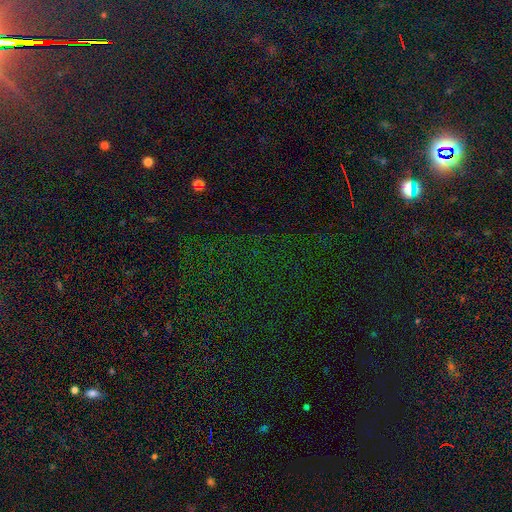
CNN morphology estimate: star or artifact 80%, smooth 13%, featured or disk 8%.